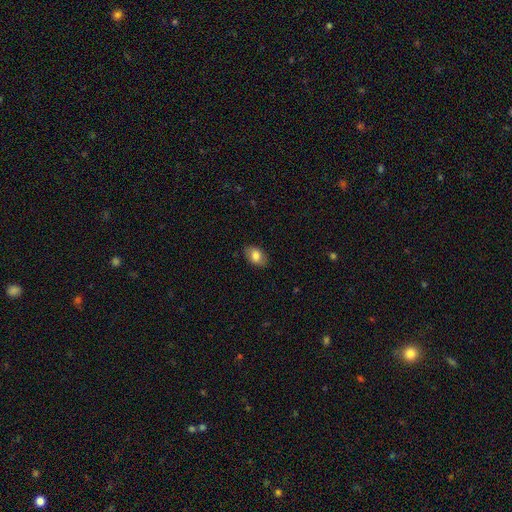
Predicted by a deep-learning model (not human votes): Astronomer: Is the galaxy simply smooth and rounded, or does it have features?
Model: smooth — 81%.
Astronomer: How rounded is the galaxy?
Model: in between — 86%.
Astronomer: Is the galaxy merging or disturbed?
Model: none — 84%.